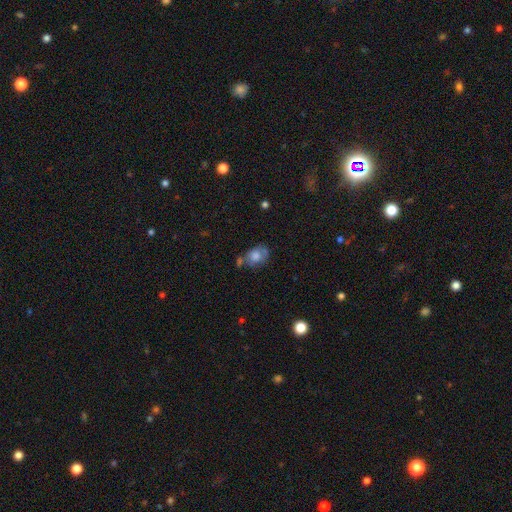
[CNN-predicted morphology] A smooth galaxy with no disk features (69%) that is in between round and cigar-shaped (62%). Merging: none (43%).